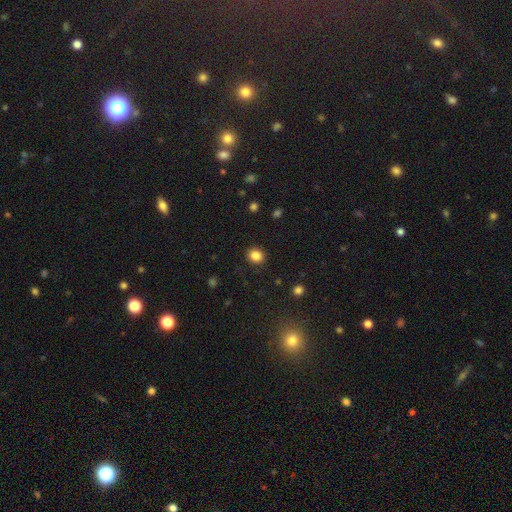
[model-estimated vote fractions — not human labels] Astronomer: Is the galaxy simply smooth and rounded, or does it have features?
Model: smooth — 85%.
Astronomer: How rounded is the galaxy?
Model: round — 76%.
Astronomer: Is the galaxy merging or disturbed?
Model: none — 90%.